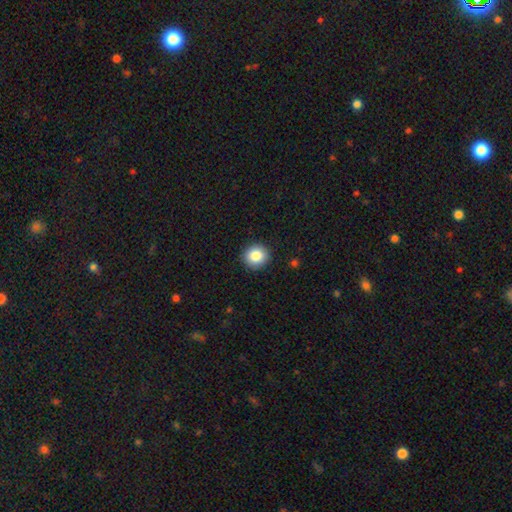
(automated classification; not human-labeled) Q: Smooth or featured?
A: smooth (86%); runner-up: star or artifact (9%)
Q: How rounded?
A: round (89%); runner-up: in between (10%)
Q: Merging?
A: none (92%); runner-up: minor disturbance (6%)